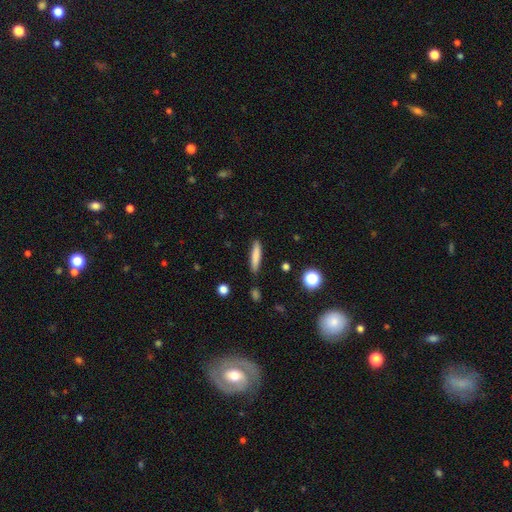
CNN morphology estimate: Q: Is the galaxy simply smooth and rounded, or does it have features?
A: smooth — 80%.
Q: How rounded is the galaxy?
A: cigar-shaped — 86%.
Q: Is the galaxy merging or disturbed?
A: none — 86%.